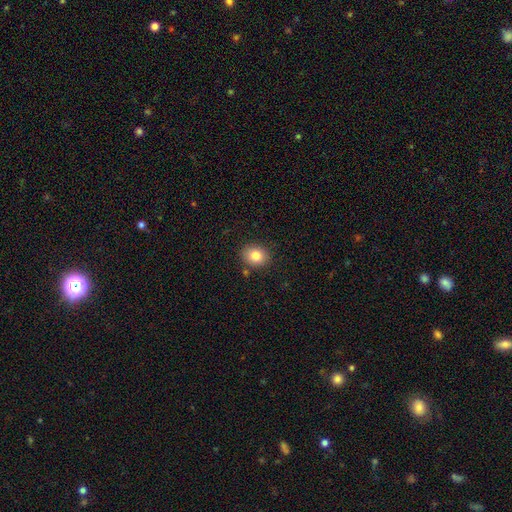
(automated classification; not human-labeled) A smooth galaxy with no disk features (83%) that is round (61%). Merging: none (86%).